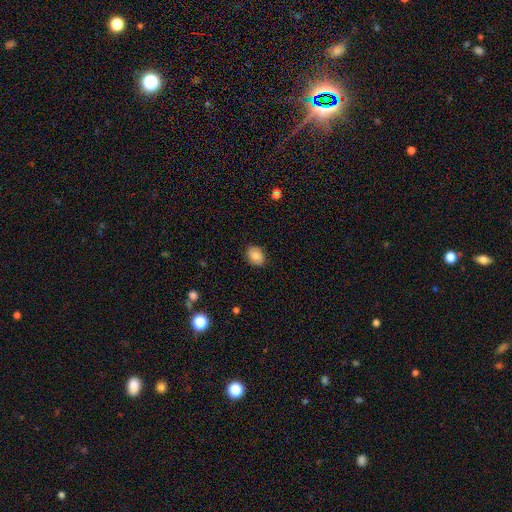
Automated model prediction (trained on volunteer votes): smooth_or_featured: smooth (p=0.82) [alt: featured or disk p=0.10]
how_rounded: in between (p=0.64) [alt: round p=0.36]
merging: none (p=0.84) [alt: minor disturbance p=0.12]